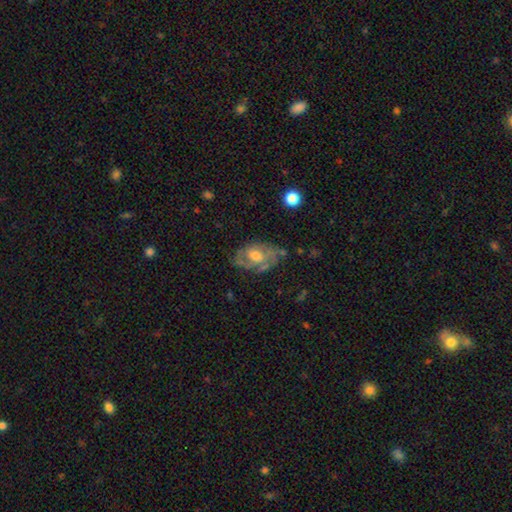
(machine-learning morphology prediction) type=featured or disk (70%); edge-on=no (95%); bar=no (65%); spiral arms=yes (76%); winding=tight (49%); arm count=2 (39%); bulge=moderate (62%); merging=none (61%).